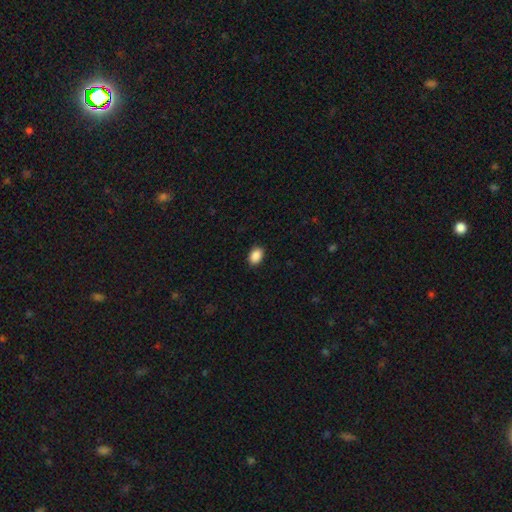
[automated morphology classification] Smooth or featured? Predicted: smooth (p=0.90). How rounded? Predicted: in between (p=0.81). Merging? Predicted: none (p=0.89).